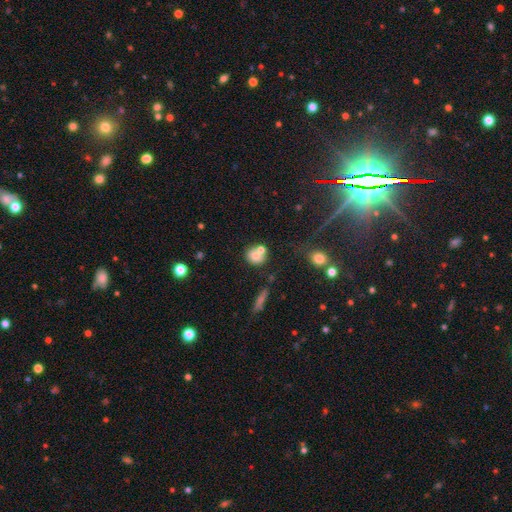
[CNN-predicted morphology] A smooth galaxy with no disk features (73%) that is round (80%). Merging: none (48%).